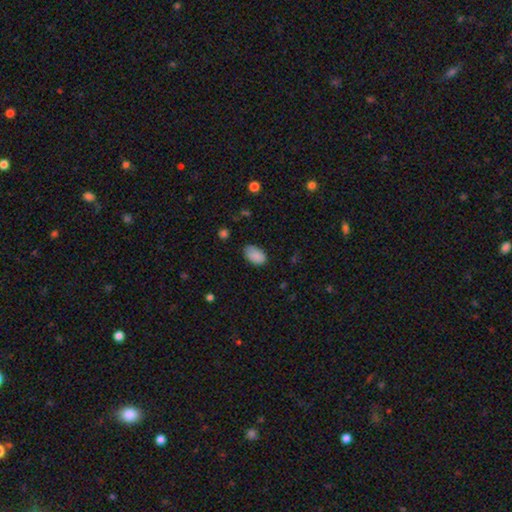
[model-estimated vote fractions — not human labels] Smooth or featured: smooth — 87% (star or artifact — 8%)
How rounded: in between — 91% (round — 7%)
Merging: none — 74% (minor disturbance — 21%)